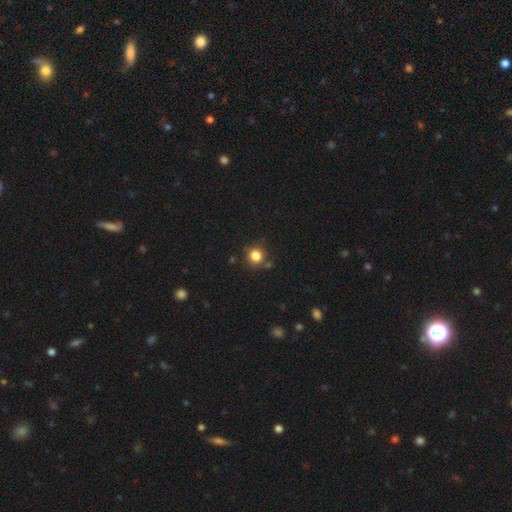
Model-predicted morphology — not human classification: A smooth galaxy with no disk features (83%) that is round (91%). Merging: none (79%).